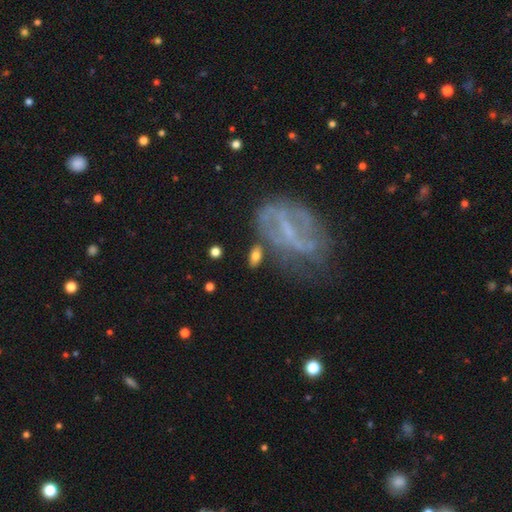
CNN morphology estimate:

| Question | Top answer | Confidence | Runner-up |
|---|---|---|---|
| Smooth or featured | smooth | 65% | featured or disk (27%) |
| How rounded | in between | 86% | cigar-shaped (7%) |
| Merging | none | 73% | minor disturbance (14%) |